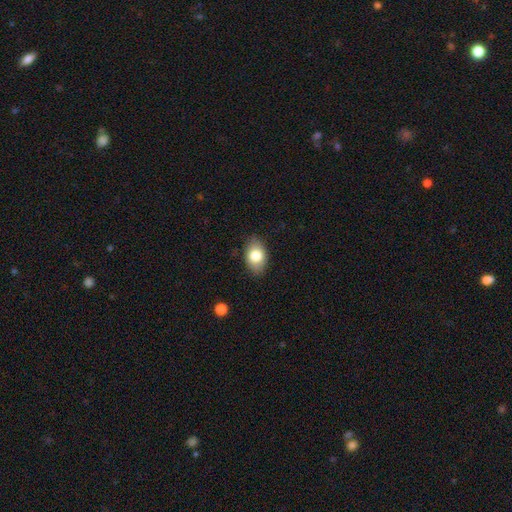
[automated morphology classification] smooth-or-featured: smooth: 80% | featured or disk: 13% | star or artifact: 7%
  how-rounded: in between: 86% | round: 12% | cigar-shaped: 1%
  merging: none: 84% | minor disturbance: 12% | major disturbance: 3% | merger: 1%